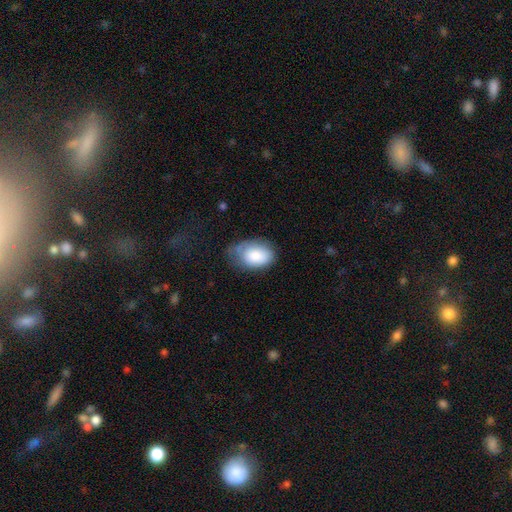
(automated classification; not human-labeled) Smooth or featured? Predicted: smooth (p=0.82). How rounded? Predicted: in between (p=0.87). Merging? Predicted: none (p=0.49).